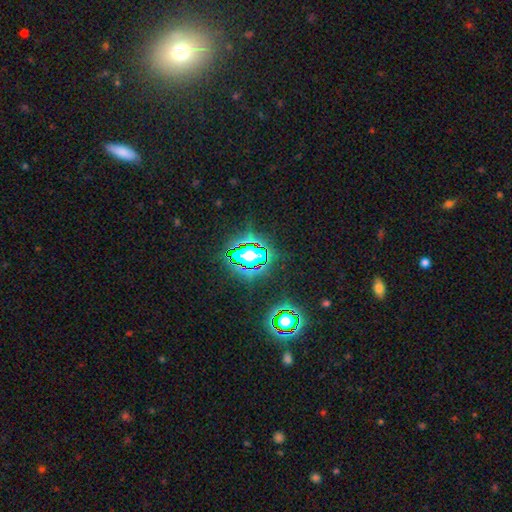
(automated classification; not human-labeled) The model was most divided on "smooth or featured": star or artifact: 77%, smooth: 14%, featured or disk: 9%.